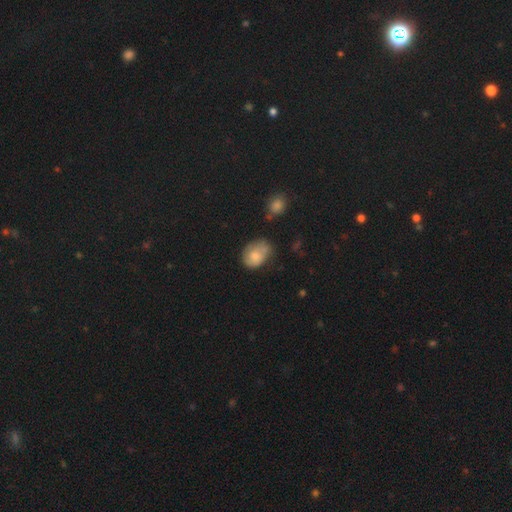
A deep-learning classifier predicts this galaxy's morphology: The model was most divided on "merging": none: 45%, minor disturbance: 37%, major disturbance: 13%, merger: 5%. More confident: smooth or featured — smooth (69%); how rounded — in between (67%).